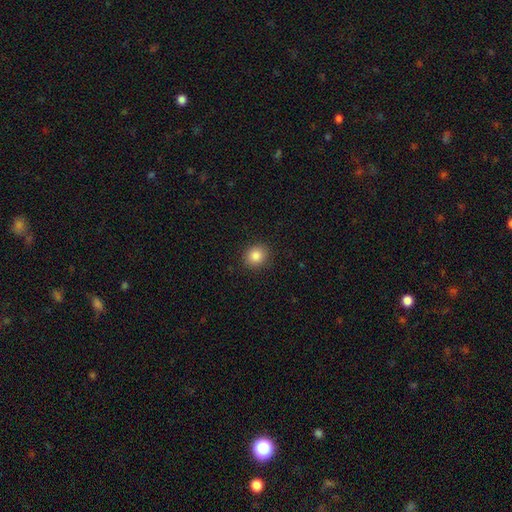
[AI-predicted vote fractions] smooth_or_featured: smooth (p=0.86) [alt: star or artifact p=0.10]
how_rounded: round (p=0.78) [alt: in between p=0.22]
merging: none (p=0.90) [alt: minor disturbance p=0.07]